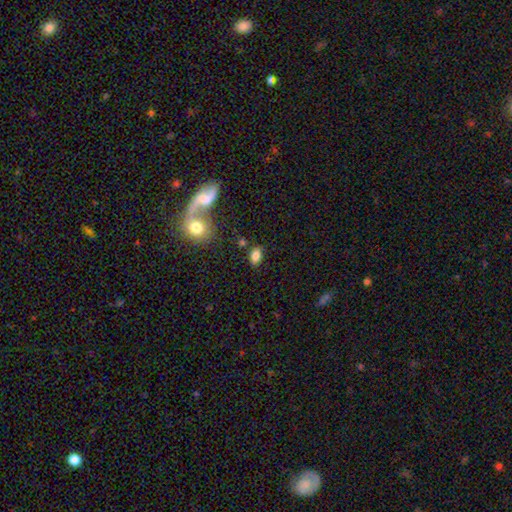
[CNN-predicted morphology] Smooth or featured? Predicted: smooth (p=0.81). How rounded? Predicted: in between (p=0.87). Merging? Predicted: none (p=0.75).